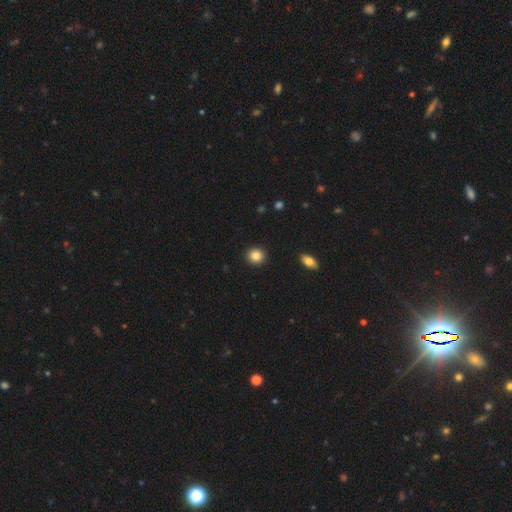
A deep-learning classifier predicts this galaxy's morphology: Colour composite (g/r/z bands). It shows a smooth galaxy with no disk features (86%) that is round (89%). Merging: none (93%).